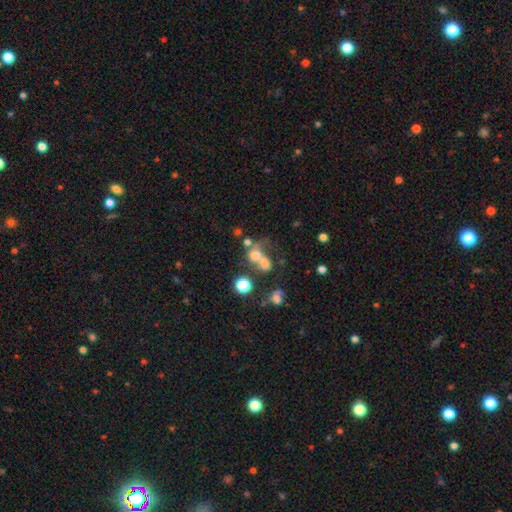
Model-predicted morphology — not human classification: Smooth or featured: smooth — 58% (featured or disk — 23%)
How rounded: round — 58% (in between — 41%)
Merging: merger — 54% (none — 23%)